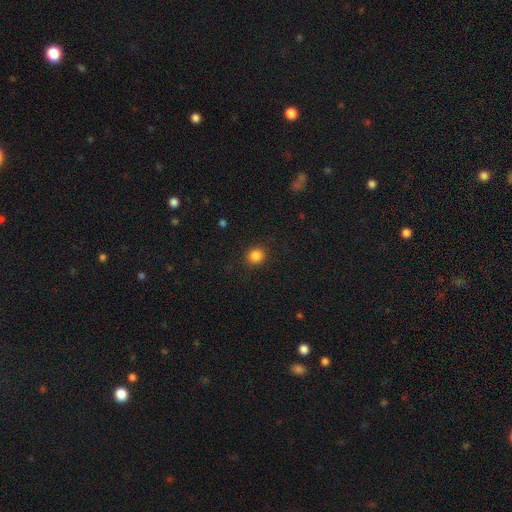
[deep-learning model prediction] Smooth or featured? Predicted: smooth (p=0.85). How rounded? Predicted: round (p=0.88). Merging? Predicted: none (p=0.90).